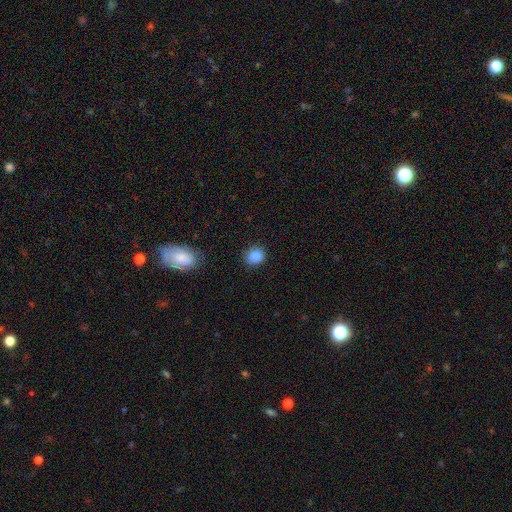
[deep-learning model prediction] Smooth or featured? Predicted: smooth (p=0.86). How rounded? Predicted: round (p=0.80). Merging? Predicted: none (p=0.86).